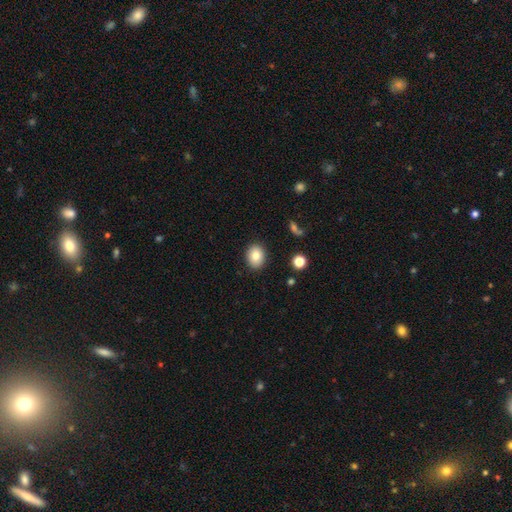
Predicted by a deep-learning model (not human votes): Smooth or featured: smooth — 82% (star or artifact — 9%)
How rounded: in between — 57% (round — 42%)
Merging: none — 89% (minor disturbance — 8%)